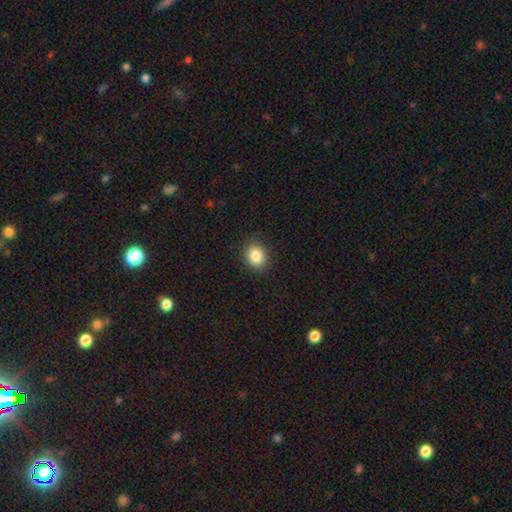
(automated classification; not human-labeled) A smooth galaxy with no disk features (85%) that is round (72%).

Vote fractions:
- Smooth or featured? smooth: 85% / star or artifact: 10% / featured or disk: 6%
- How rounded? round: 72% / in between: 28% / cigar-shaped: 1%
- Merging? none: 90% / minor disturbance: 7% / major disturbance: 2% / merger: 1%